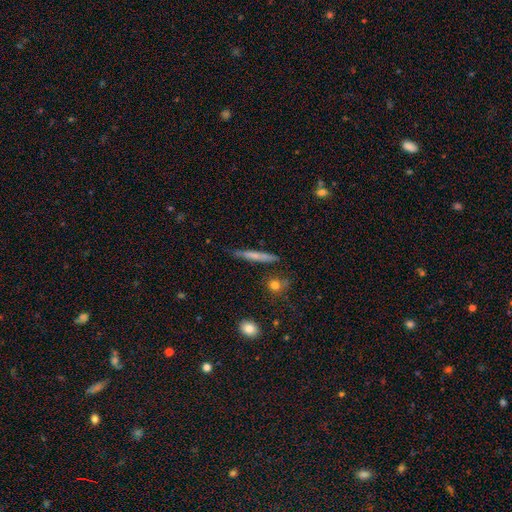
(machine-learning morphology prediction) type=smooth (57%); roundness=cigar-shaped (93%); merging=none (79%).